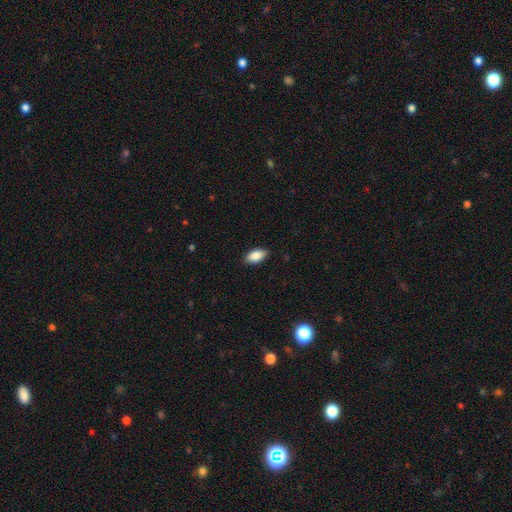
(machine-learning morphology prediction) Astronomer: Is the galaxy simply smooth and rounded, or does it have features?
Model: smooth — 88%.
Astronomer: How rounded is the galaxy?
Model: in between — 93%.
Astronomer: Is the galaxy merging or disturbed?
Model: none — 88%.